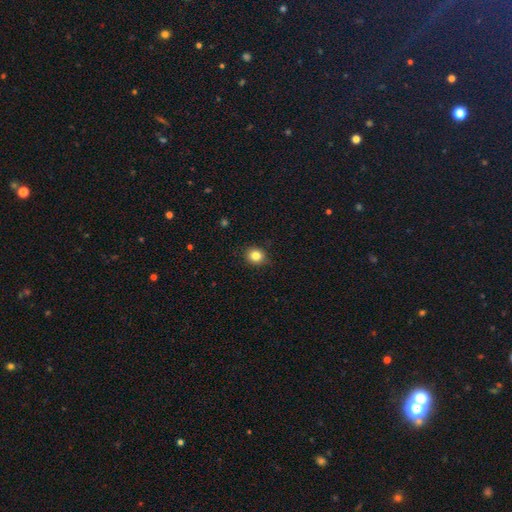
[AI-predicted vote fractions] smooth-or-featured: smooth: 84% | star or artifact: 11% | featured or disk: 5%
  how-rounded: round: 78% | in between: 21% | cigar-shaped: 1%
  merging: none: 86% | minor disturbance: 11% | major disturbance: 2% | merger: 1%